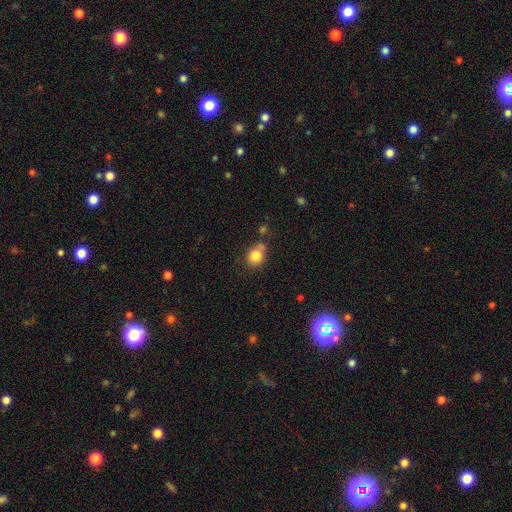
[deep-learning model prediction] Smooth or featured?
  - smooth: 82% *
  - star or artifact: 10%
  - featured or disk: 7%
How rounded?
  - round: 76% *
  - in between: 24%
  - cigar-shaped: 1%
Merging?
  - none: 59% *
  - merger: 18%
  - minor disturbance: 18%
  - major disturbance: 5%